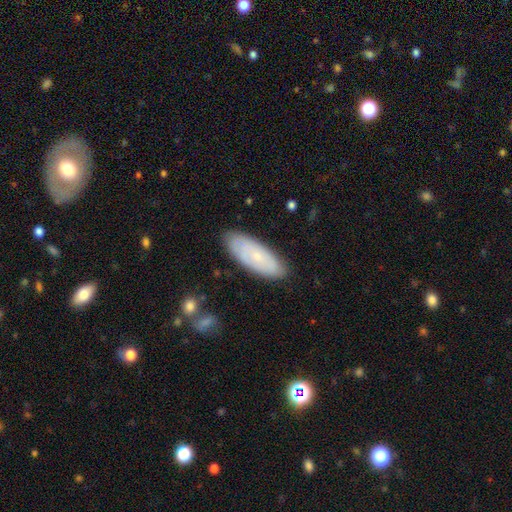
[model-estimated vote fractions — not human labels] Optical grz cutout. It shows a smooth galaxy with no disk features (59%) that is in between round and cigar-shaped (72%). Merging: none (83%).